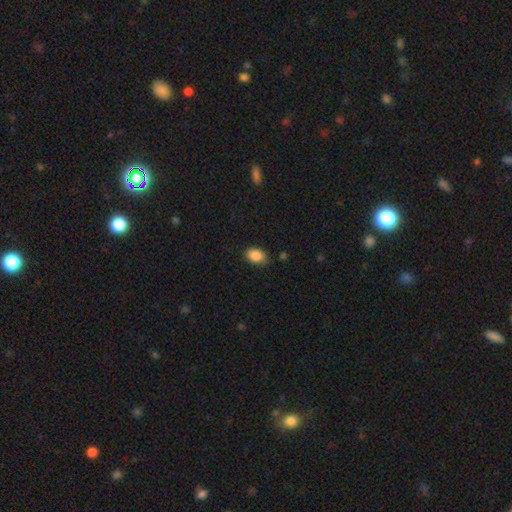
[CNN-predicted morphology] smooth_or_featured: smooth (p=0.87) [alt: star or artifact p=0.08]
how_rounded: in between (p=0.76) [alt: round p=0.23]
merging: none (p=0.75) [alt: minor disturbance p=0.21]